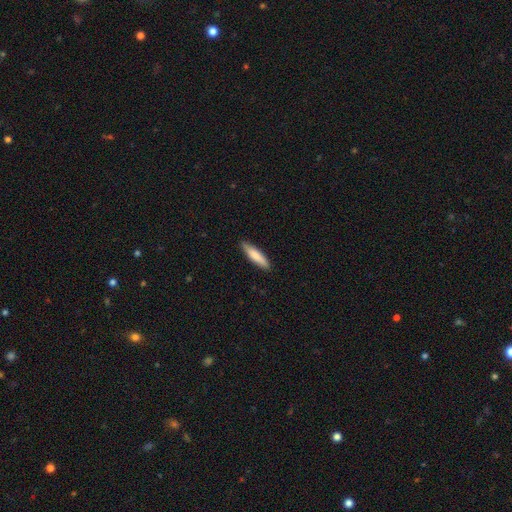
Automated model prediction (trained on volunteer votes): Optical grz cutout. It shows a smooth galaxy with no disk features (81%) that is cigar-shaped (76%). Merging: none (88%).